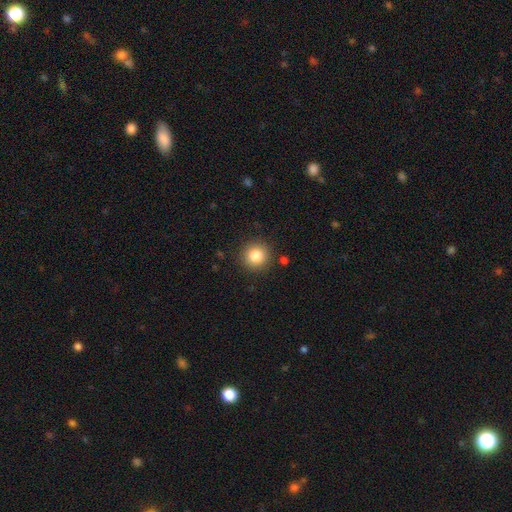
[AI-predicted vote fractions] Smooth or featured? Predicted: smooth (p=0.84). How rounded? Predicted: round (p=0.94). Merging? Predicted: none (p=0.89).